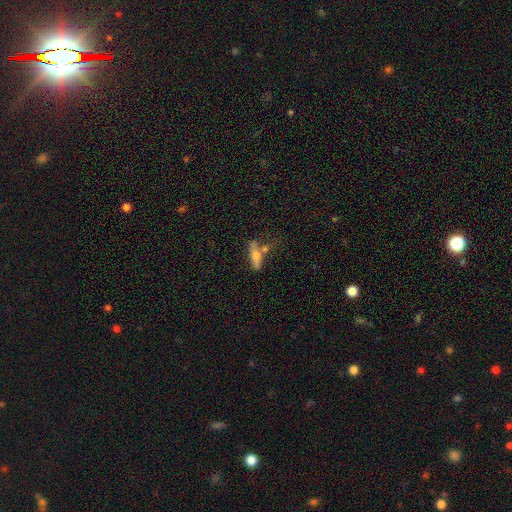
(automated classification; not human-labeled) This is likely a smooth galaxy (65%). How rounded: possibly cigar-shaped (56%). Merging: possibly none (45%).